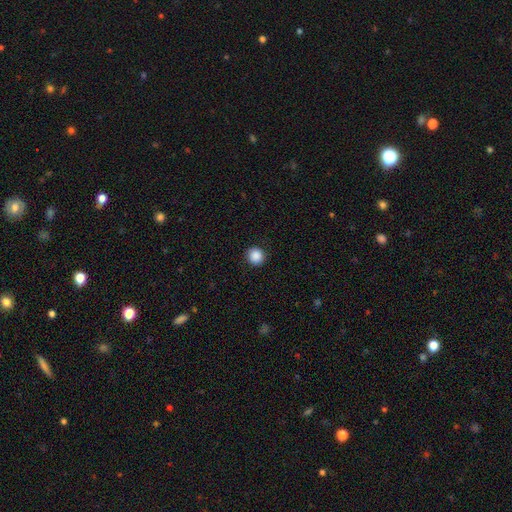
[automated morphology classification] A smooth galaxy with no disk features (88%) that is round (92%). Merging: none (92%).